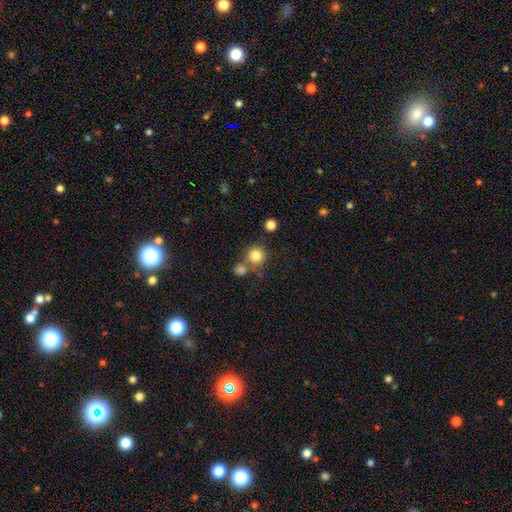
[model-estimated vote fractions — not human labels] This is clearly a smooth galaxy (81%). How rounded: clearly round (92%). Merging: likely none (64%).